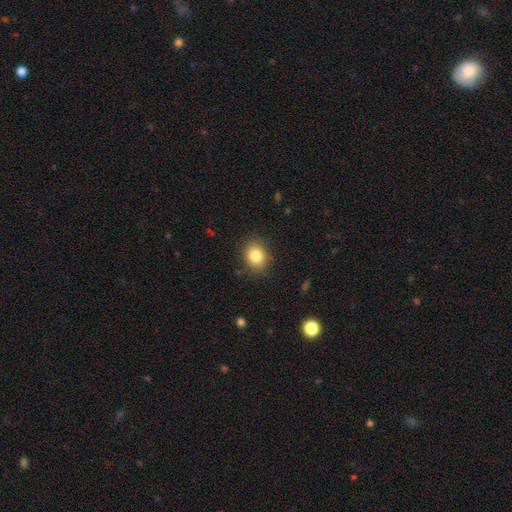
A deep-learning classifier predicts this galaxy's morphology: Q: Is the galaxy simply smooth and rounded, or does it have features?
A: smooth — 83%.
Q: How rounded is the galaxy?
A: round — 60%.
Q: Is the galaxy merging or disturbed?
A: none — 86%.